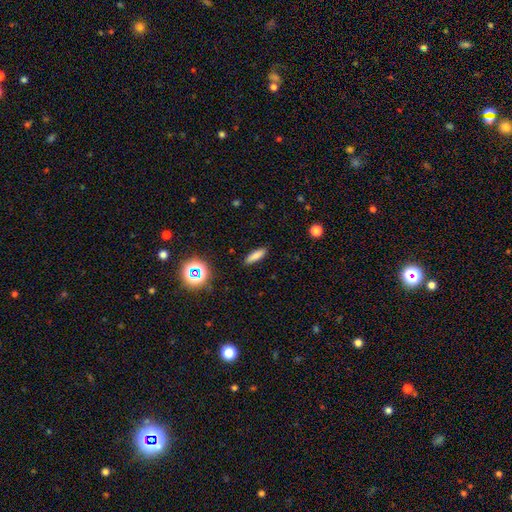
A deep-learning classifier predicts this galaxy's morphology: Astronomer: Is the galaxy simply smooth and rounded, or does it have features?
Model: smooth — 79%.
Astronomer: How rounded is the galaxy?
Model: cigar-shaped — 55% (runner-up: in between, 41%).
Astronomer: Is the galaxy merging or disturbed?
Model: none — 88%.